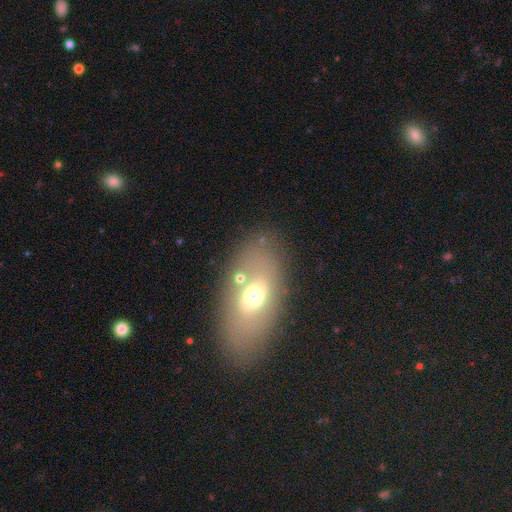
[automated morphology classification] Q: Smooth or featured?
A: smooth (57%); runner-up: featured or disk (31%)
Q: How rounded?
A: in between (86%); runner-up: round (9%)
Q: Merging?
A: none (75%); runner-up: minor disturbance (12%)